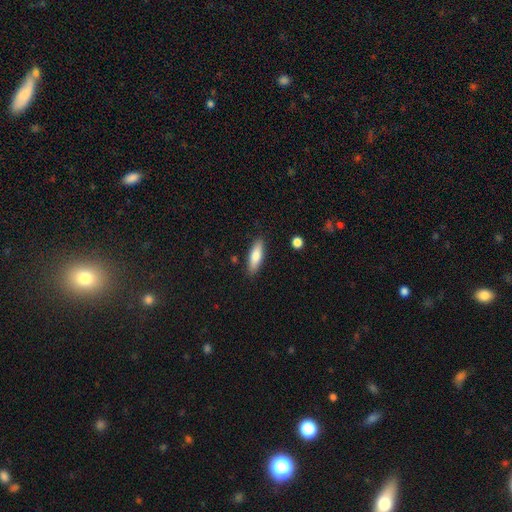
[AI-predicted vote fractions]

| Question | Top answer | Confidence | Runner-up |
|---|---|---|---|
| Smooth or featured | smooth | 76% | featured or disk (18%) |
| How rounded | cigar-shaped | 52% | in between (46%) |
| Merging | none | 87% | minor disturbance (10%) |